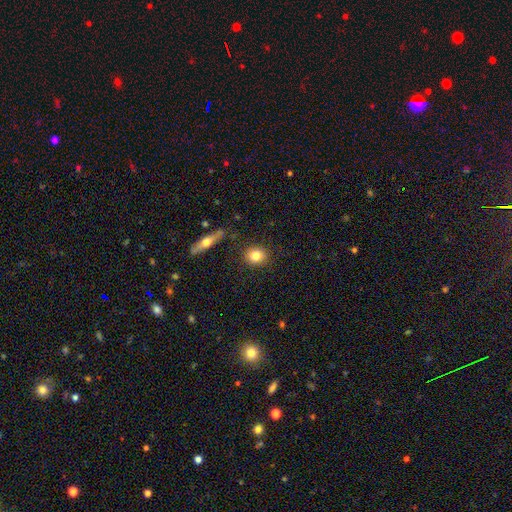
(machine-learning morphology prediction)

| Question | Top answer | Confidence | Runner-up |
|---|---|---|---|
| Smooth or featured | smooth | 81% | featured or disk (11%) |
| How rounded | round | 78% | in between (19%) |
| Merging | none | 87% | minor disturbance (8%) |